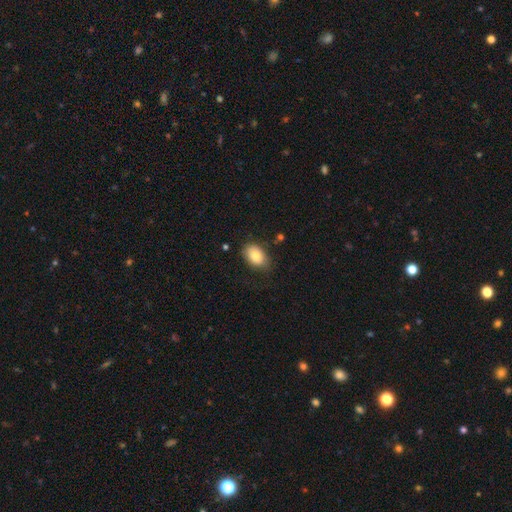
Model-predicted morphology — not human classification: Overall: smooth (80%). How rounded: in between (87%). Merging: none (75%).